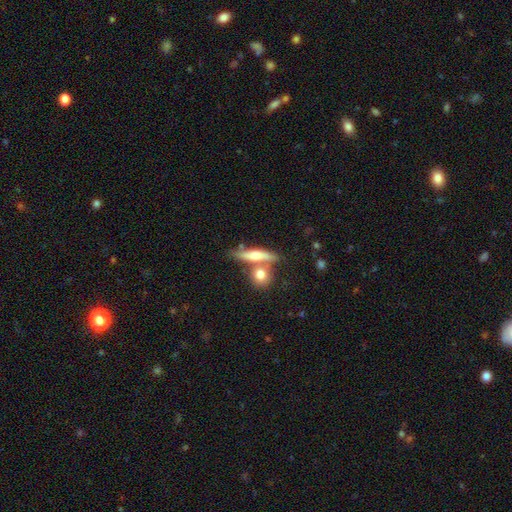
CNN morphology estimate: Q: Smooth or featured?
A: smooth (53%); runner-up: featured or disk (40%)
Q: How rounded?
A: cigar-shaped (62%); runner-up: in between (29%)
Q: Merging?
A: none (51%); runner-up: merger (33%)